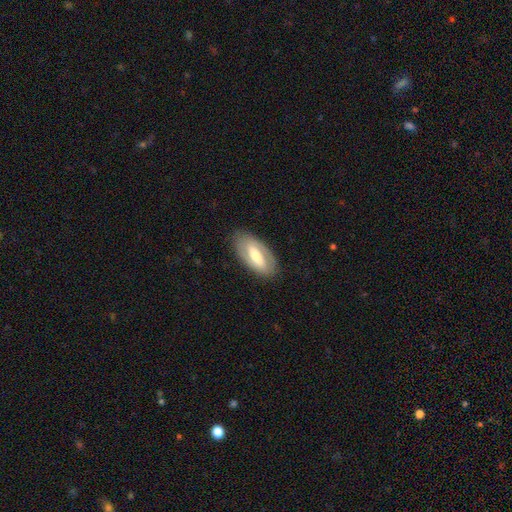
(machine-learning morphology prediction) Smooth or featured? Predicted: featured or disk (p=0.55). Edge-on disk? Predicted: no (p=0.84). Merging? Predicted: none (p=0.83).